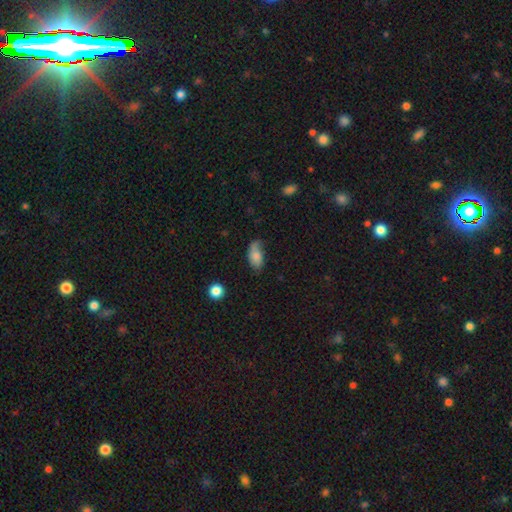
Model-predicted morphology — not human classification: The model was most divided on "merging": none: 47%, minor disturbance: 36%, major disturbance: 14%, merger: 3%. More confident: how rounded — in between (91%); smooth or featured — smooth (77%).